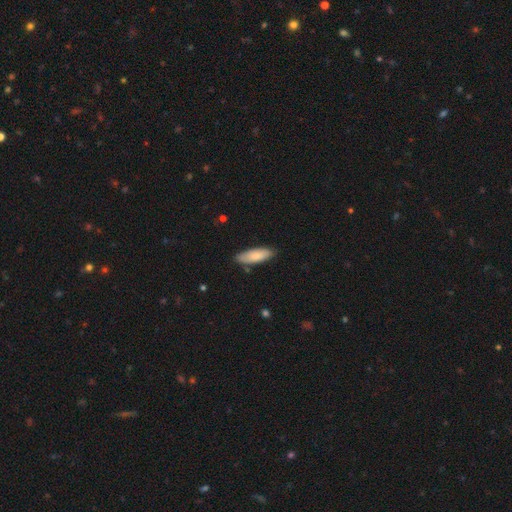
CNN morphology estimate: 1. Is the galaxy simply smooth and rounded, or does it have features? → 82% smooth, 12% featured or disk, 6% star or artifact.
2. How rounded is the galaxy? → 58% in between, 41% cigar-shaped, 1% round.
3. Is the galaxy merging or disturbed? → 81% none, 14% minor disturbance, 2% major disturbance, 2% merger.